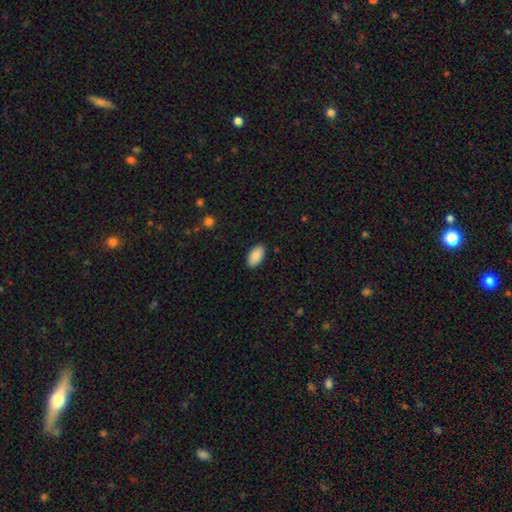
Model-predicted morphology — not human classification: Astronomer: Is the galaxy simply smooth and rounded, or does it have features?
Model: smooth — 89%.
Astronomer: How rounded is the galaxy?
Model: in between — 95%.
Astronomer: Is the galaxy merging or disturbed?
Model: none — 89%.